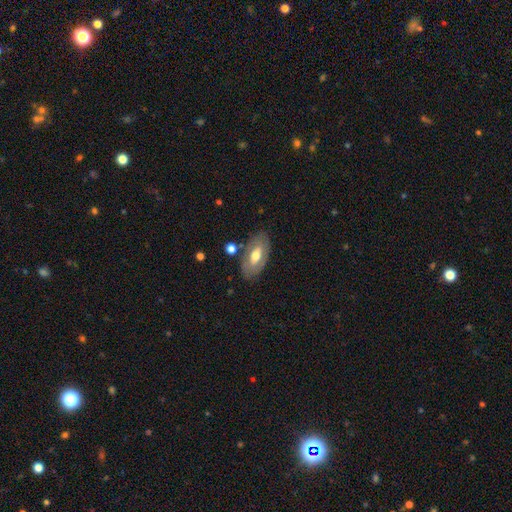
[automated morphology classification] Q: Smooth or featured?
A: featured or disk (48%); runner-up: smooth (46%)
Q: Merging?
A: none (77%); runner-up: minor disturbance (14%)